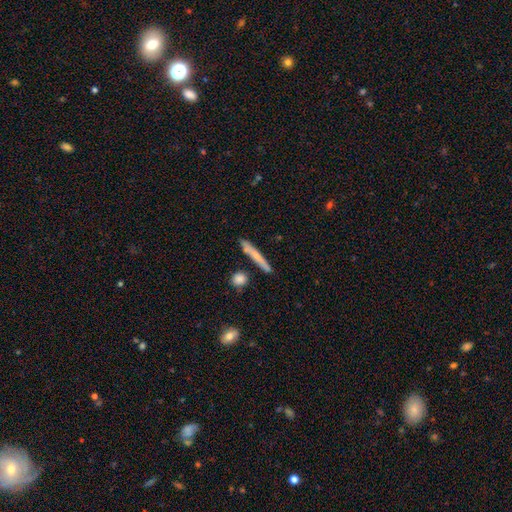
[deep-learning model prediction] This appears to be a smooth galaxy with no disk features (58%) that is cigar-shaped (94%). Merging: none (81%).